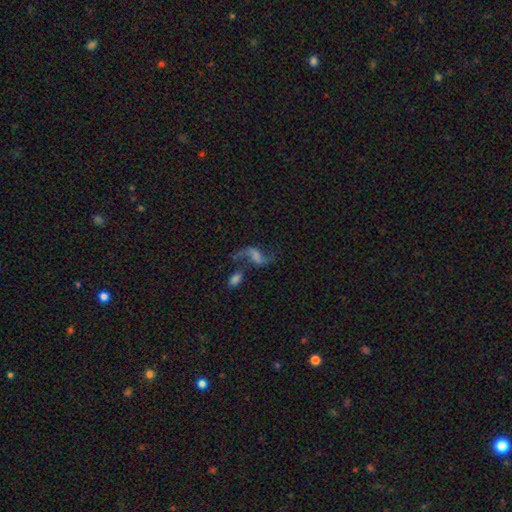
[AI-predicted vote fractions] A featured or disk galaxy (75%) with a weak bar (43%), 2 (86%) loose (89%) spiral arms (90%) and no central bulge (43%). Merging: none (45%).